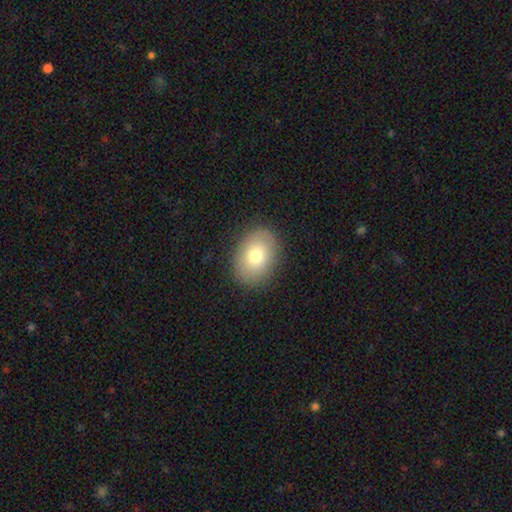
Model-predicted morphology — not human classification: Smooth or featured: smooth — 76% (featured or disk — 14%)
How rounded: in between — 71% (round — 28%)
Merging: none — 88% (minor disturbance — 9%)